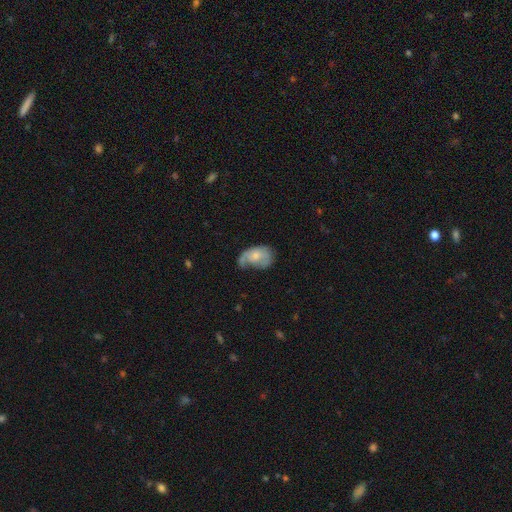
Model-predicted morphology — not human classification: Smooth or featured?
  - smooth: 49% *
  - featured or disk: 44%
  - star or artifact: 7%
Merging?
  - minor disturbance: 35% *
  - major disturbance: 31%
  - none: 29%
  - merger: 5%